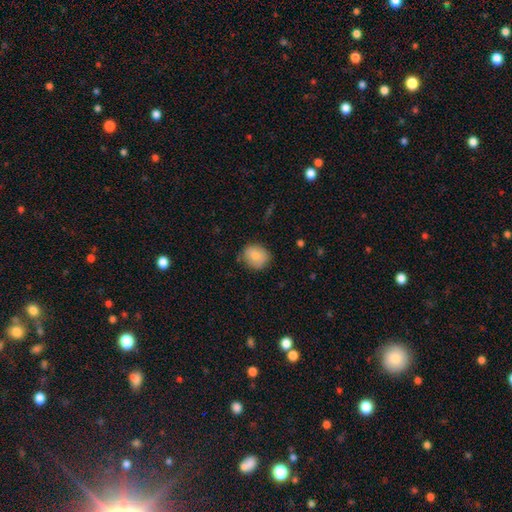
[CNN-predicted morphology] Overall: smooth (83%). How rounded: round (73%). Merging: none (77%).